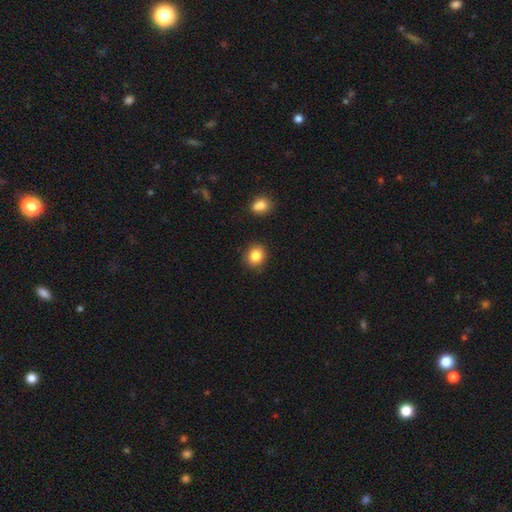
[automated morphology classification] Smooth or featured: smooth — 86% (star or artifact — 9%)
How rounded: round — 78% (in between — 21%)
Merging: none — 87% (minor disturbance — 8%)